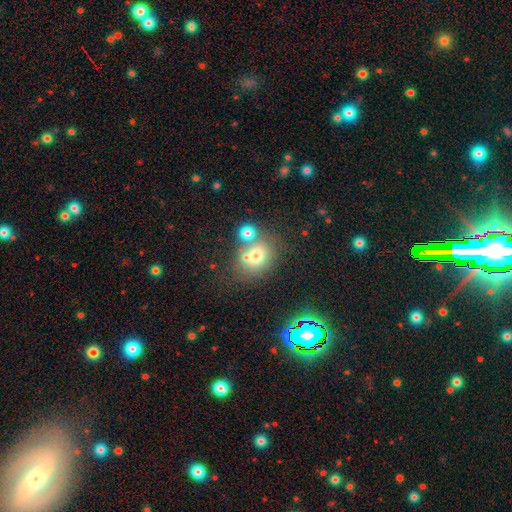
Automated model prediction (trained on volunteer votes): smooth_or_featured: smooth (p=0.67) [alt: featured or disk p=0.19]
how_rounded: round (p=0.63) [alt: in between p=0.36]
merging: none (p=0.46) [alt: merger p=0.37]